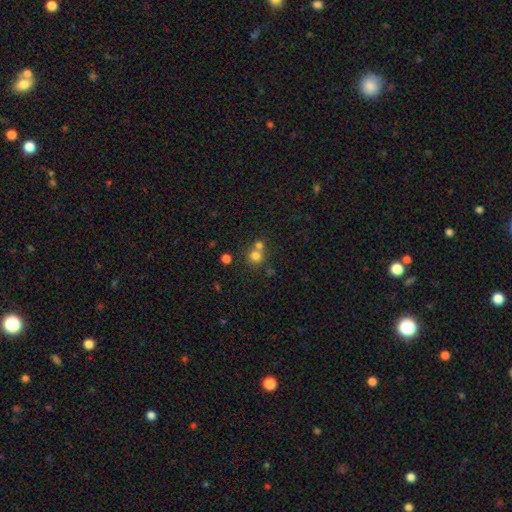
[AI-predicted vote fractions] The model was most divided on "merging": none: 53%, merger: 38%, minor disturbance: 6%, major disturbance: 3%. More confident: how rounded — round (89%); smooth or featured — smooth (76%).